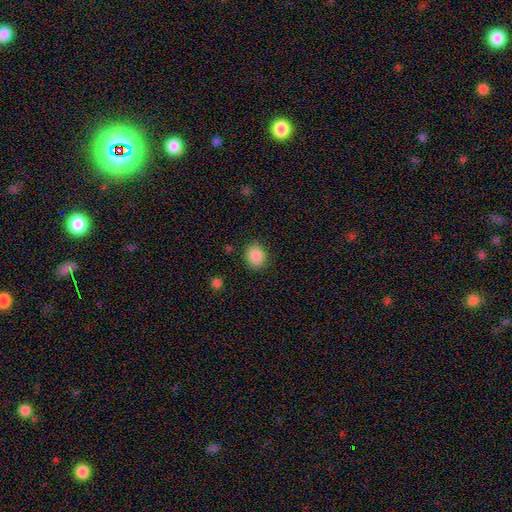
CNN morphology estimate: Smooth or featured?
  - smooth: 87% *
  - star or artifact: 8%
  - featured or disk: 4%
How rounded?
  - round: 57% *
  - in between: 42%
  - cigar-shaped: 1%
Merging?
  - none: 85% *
  - minor disturbance: 11%
  - major disturbance: 3%
  - merger: 2%